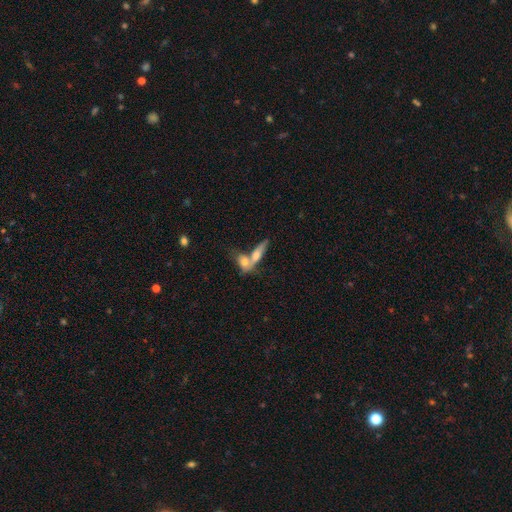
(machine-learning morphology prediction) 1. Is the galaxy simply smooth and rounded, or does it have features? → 57% smooth, 34% featured or disk, 9% star or artifact.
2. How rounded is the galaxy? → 47% cigar-shaped, 45% in between, 8% round.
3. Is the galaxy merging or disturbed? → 60% merger, 27% none, 8% minor disturbance, 5% major disturbance.